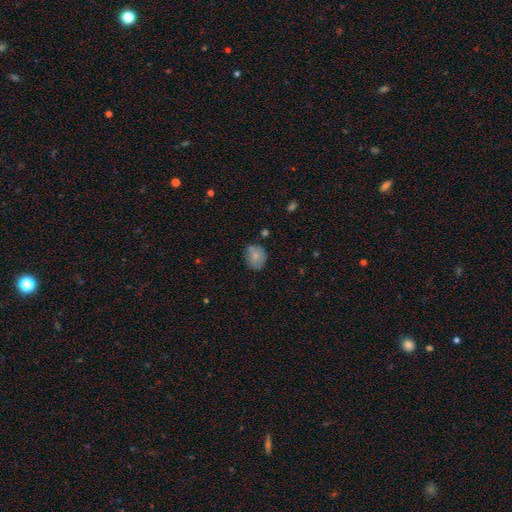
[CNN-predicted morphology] Smooth or featured? Predicted: smooth (p=0.75). How rounded? Predicted: round (p=0.61). Merging? Predicted: none (p=0.66).